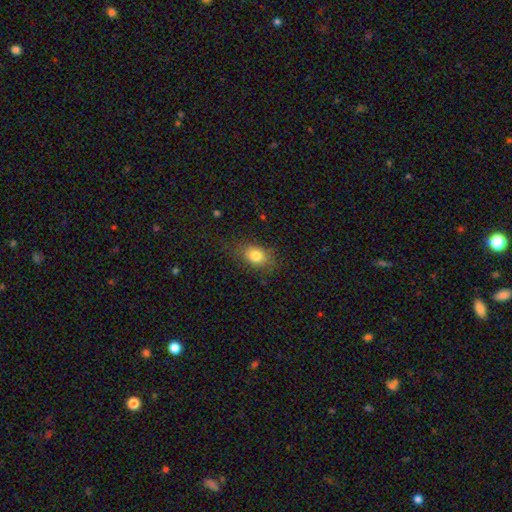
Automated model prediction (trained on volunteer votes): smooth_or_featured: smooth (p=0.81) [alt: star or artifact p=0.10]
how_rounded: in between (p=0.71) [alt: round p=0.28]
merging: none (p=0.75) [alt: minor disturbance p=0.17]